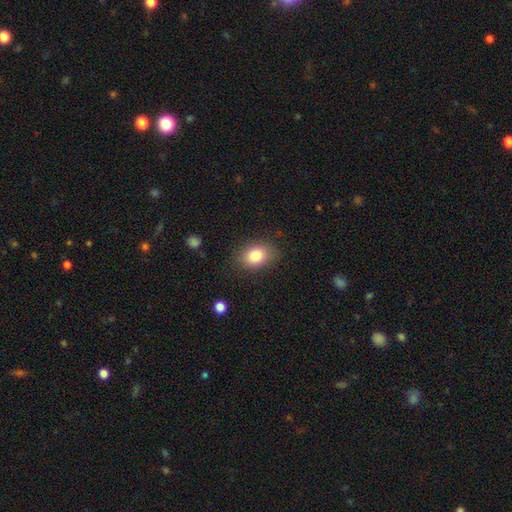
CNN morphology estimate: type=smooth (82%); roundness=in between (68%); merging=none (83%).